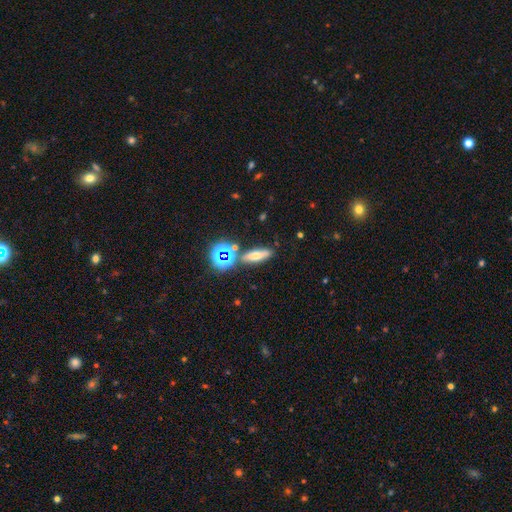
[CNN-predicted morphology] A smooth galaxy with no disk features (52%) that is cigar-shaped (43%).

Vote fractions:
- Smooth or featured? smooth: 52% / star or artifact: 25% / featured or disk: 23%
- How rounded? cigar-shaped: 43% / in between: 42% / round: 15%
- Merging? none: 78% / minor disturbance: 11% / merger: 8% / major disturbance: 4%